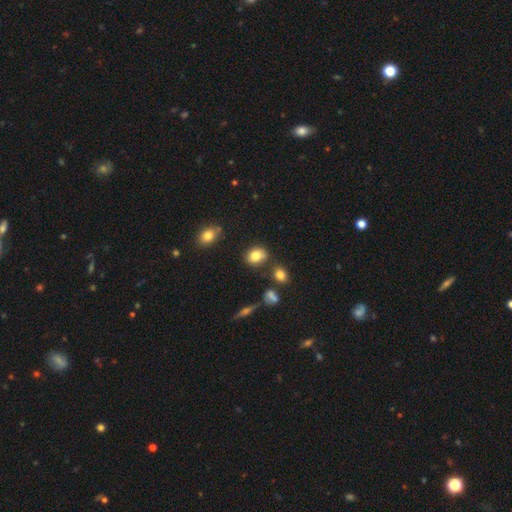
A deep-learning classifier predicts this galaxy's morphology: smooth 80%, star or artifact 11%, featured or disk 9%. Down the decision tree: how rounded — in between (54%); merging — none (73%).